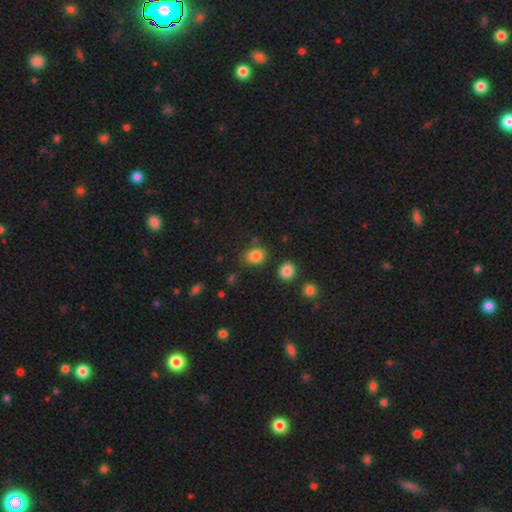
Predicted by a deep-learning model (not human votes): Q: Smooth or featured?
A: smooth (84%); runner-up: star or artifact (11%)
Q: How rounded?
A: in between (53%); runner-up: round (46%)
Q: Merging?
A: none (73%); runner-up: minor disturbance (16%)